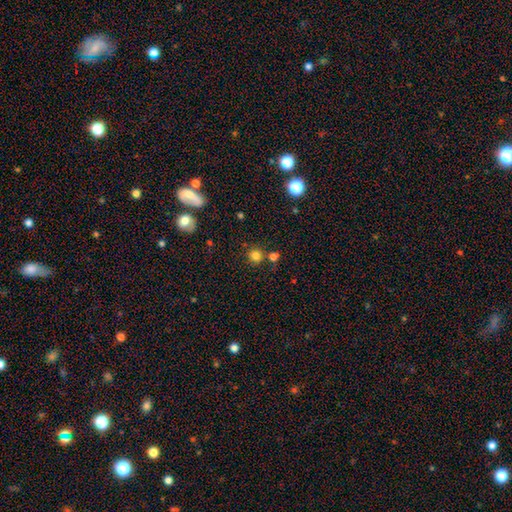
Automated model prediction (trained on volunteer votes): smooth 80%, star or artifact 14%, featured or disk 6%. Down the decision tree: how rounded — round (89%); merging — none (74%).